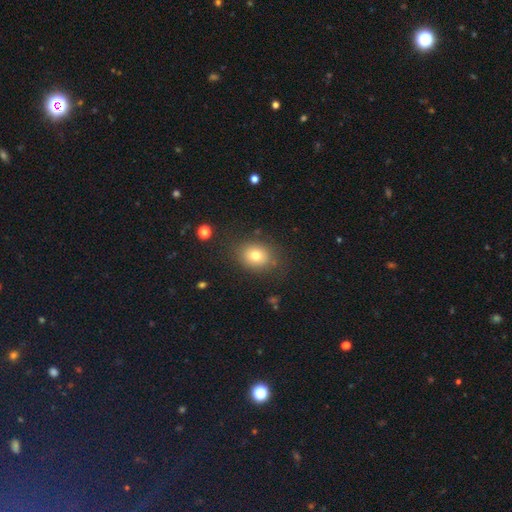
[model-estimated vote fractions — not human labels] Morphology: type=smooth (76%); roundness=round (54%); merging=none (79%).